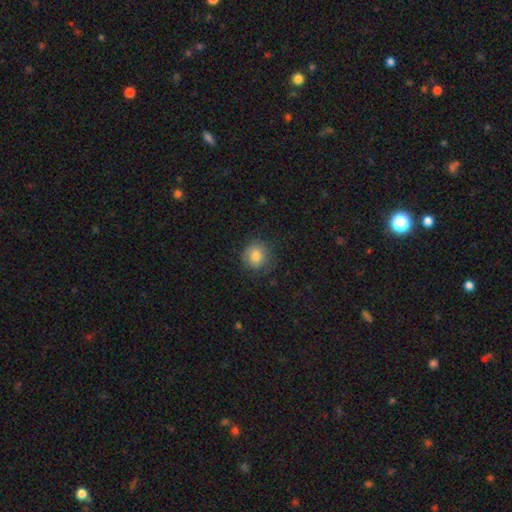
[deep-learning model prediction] Smooth or featured: smooth — 83% (star or artifact — 9%)
How rounded: round — 86% (in between — 13%)
Merging: none — 80% (minor disturbance — 14%)